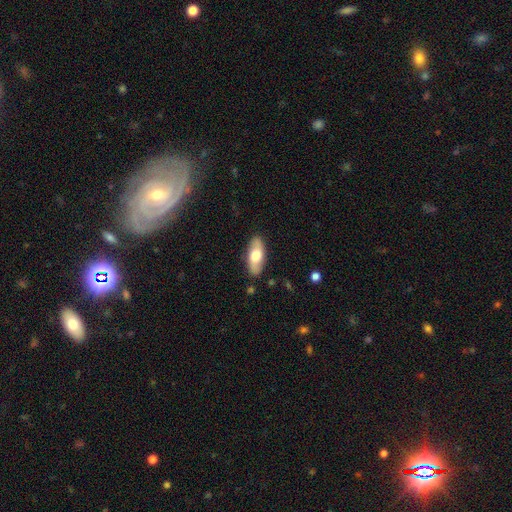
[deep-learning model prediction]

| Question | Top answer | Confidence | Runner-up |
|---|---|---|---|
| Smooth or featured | smooth | 63% | featured or disk (31%) |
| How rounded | in between | 83% | cigar-shaped (15%) |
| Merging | none | 87% | minor disturbance (10%) |